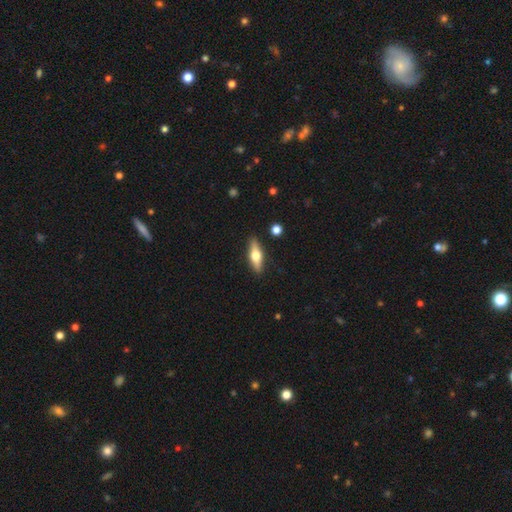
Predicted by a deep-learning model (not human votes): Smooth or featured: featured or disk — 52% (smooth — 43%)
Edge-on disk: yes — 91% (no — 9%)
Merging: none — 89% (minor disturbance — 8%)